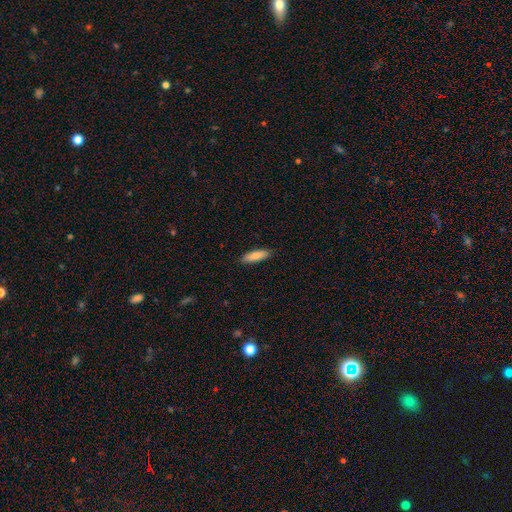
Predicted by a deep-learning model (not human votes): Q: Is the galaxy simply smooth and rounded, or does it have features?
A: smooth — 84%.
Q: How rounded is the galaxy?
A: cigar-shaped — 58%.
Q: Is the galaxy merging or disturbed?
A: none — 89%.